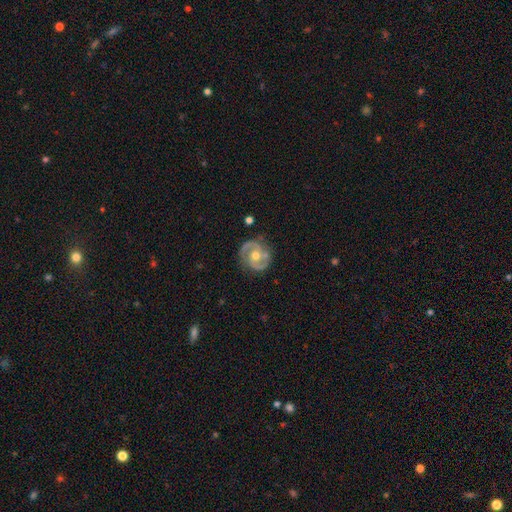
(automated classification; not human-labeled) smooth_or_featured: featured or disk (p=0.87) [alt: smooth p=0.08]
disk_edge_on: no (p=0.98) [alt: yes p=0.02]
bar: no (p=0.56) [alt: weak p=0.32]
has_spiral_arms: yes (p=0.96) [alt: no p=0.04]
spiral_winding: medium (p=0.51) [alt: tight p=0.38]
spiral_arm_count: 2 (p=0.91) [alt: can't tell p=0.03]
bulge_size: moderate (p=0.74) [alt: small p=0.21]
merging: none (p=0.83) [alt: minor disturbance p=0.13]